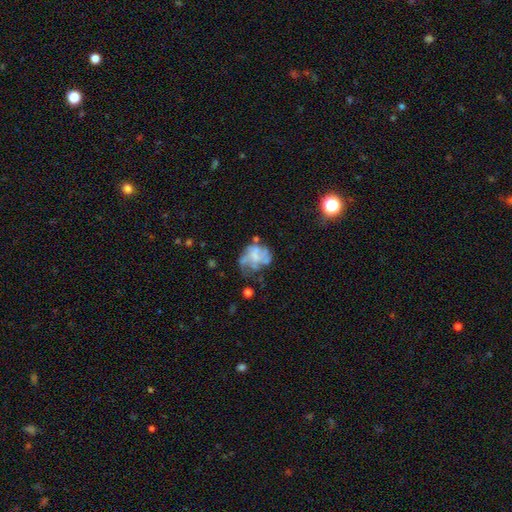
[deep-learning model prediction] smooth_or_featured: featured or disk (p=0.58) [alt: smooth p=0.31]
disk_edge_on: no (p=0.98) [alt: yes p=0.02]
bar: no (p=0.82) [alt: weak p=0.15]
has_spiral_arms: no (p=0.69) [alt: yes p=0.31]
bulge_size: none (p=0.55) [alt: small p=0.21]
merging: major disturbance (p=0.37) [alt: none p=0.31]